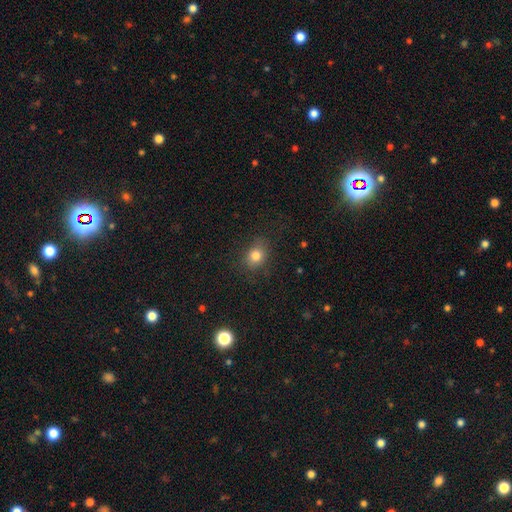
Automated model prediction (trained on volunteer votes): Smooth or featured? Predicted: smooth (p=0.80). How rounded? Predicted: round (p=0.55). Merging? Predicted: none (p=0.81).